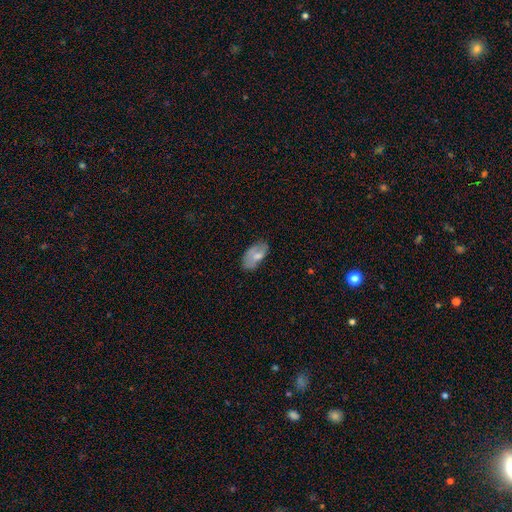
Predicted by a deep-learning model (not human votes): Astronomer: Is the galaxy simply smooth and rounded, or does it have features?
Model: smooth — 65%.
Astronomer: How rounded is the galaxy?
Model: in between — 93%.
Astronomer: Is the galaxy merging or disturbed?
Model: none — 53% (runner-up: minor disturbance, 30%).